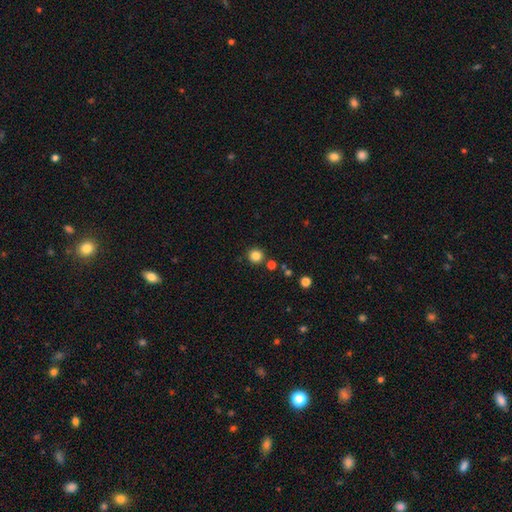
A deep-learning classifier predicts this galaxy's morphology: A smooth galaxy with no disk features (83%) that is round (94%).

Vote fractions:
- Smooth or featured? smooth: 83% / star or artifact: 13% / featured or disk: 5%
- How rounded? round: 94% / in between: 5% / cigar-shaped: 1%
- Merging? none: 88% / minor disturbance: 6% / merger: 4% / major disturbance: 2%